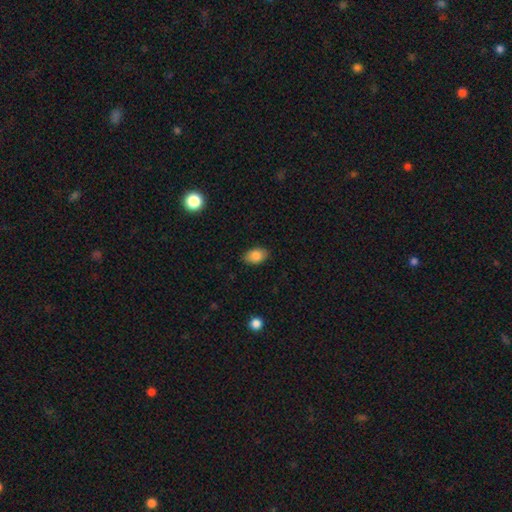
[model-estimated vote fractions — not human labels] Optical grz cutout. It shows a smooth galaxy with no disk features (86%) that is in between round and cigar-shaped (86%). Merging: none (86%).